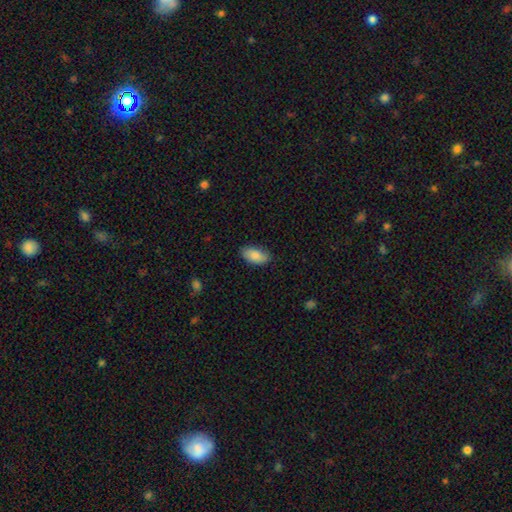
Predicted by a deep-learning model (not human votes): Overall: smooth (87%). How rounded: in between (93%). Merging: none (82%).